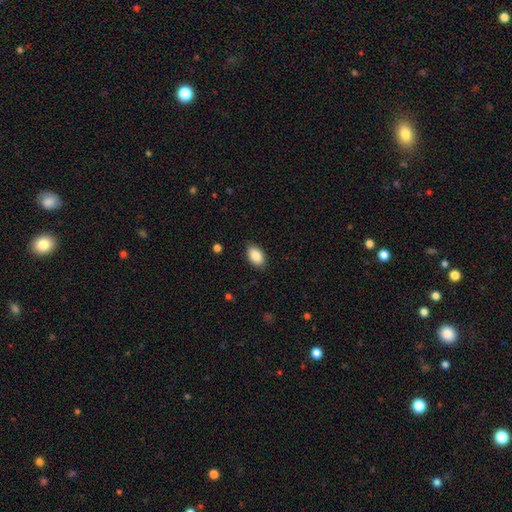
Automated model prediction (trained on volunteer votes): A smooth galaxy with no disk features (88%) that is in between round and cigar-shaped (93%).

Vote fractions:
- Smooth or featured? smooth: 88% / star or artifact: 7% / featured or disk: 5%
- How rounded? in between: 93% / round: 6% / cigar-shaped: 1%
- Merging? none: 86% / minor disturbance: 10% / major disturbance: 2% / merger: 1%